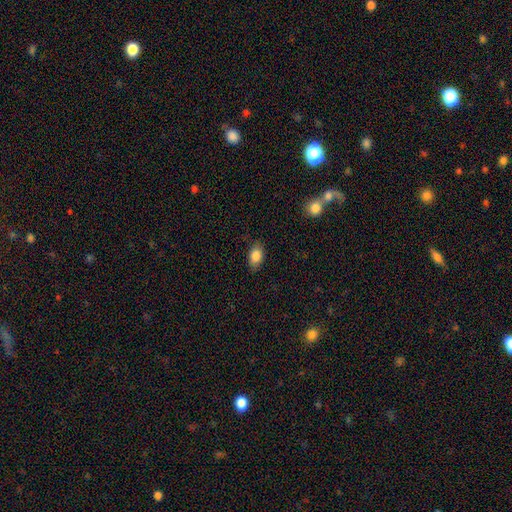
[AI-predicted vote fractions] The model was most divided on "merging": none: 82%, minor disturbance: 14%, major disturbance: 3%, merger: 1%. More confident: smooth or featured — smooth (85%); how rounded — in between (84%).